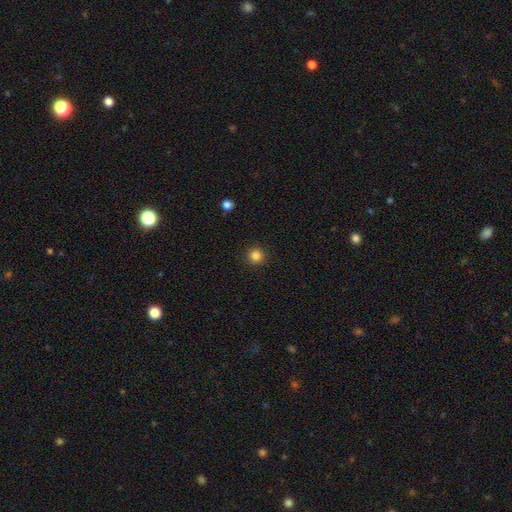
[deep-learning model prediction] This is clearly a smooth galaxy (84%). How rounded: clearly round (95%). Merging: clearly none (92%).